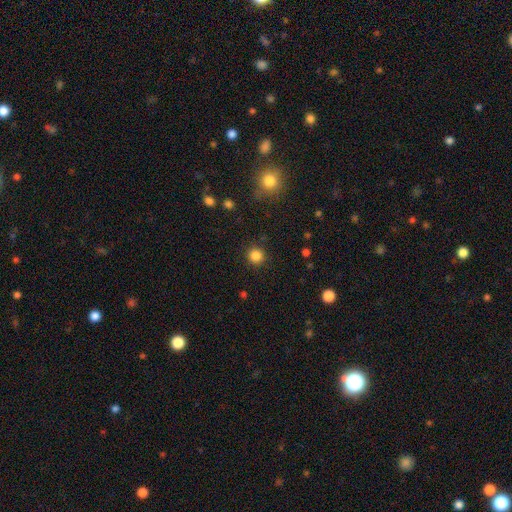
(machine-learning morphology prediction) type=smooth (84%); roundness=round (94%); merging=none (91%).